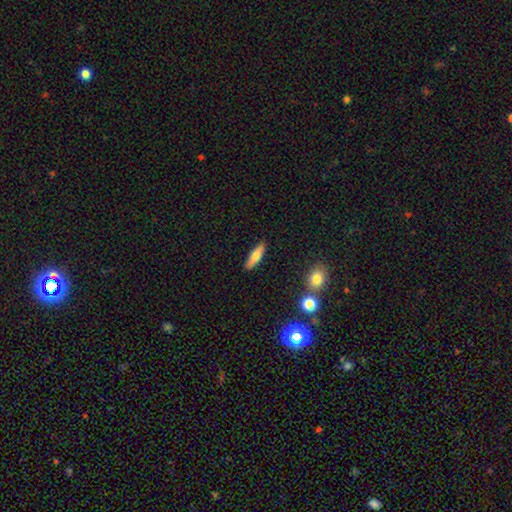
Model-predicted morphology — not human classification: Q: Smooth or featured?
A: smooth (62%); runner-up: featured or disk (31%)
Q: How rounded?
A: cigar-shaped (63%); runner-up: in between (35%)
Q: Merging?
A: none (88%); runner-up: minor disturbance (8%)